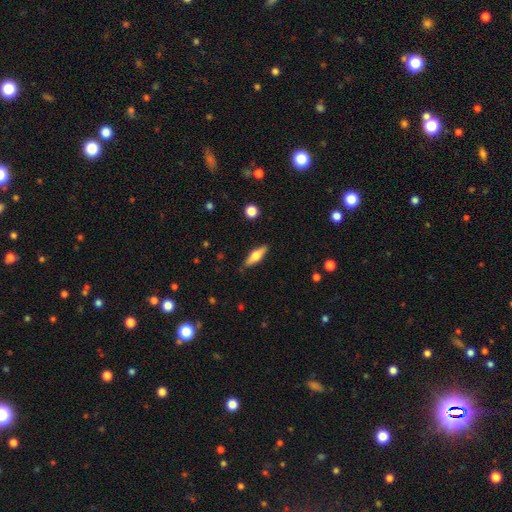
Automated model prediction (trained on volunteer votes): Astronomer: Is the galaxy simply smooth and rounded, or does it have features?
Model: smooth — 55% (runner-up: featured or disk, 39%).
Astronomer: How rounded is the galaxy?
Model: cigar-shaped — 54% (runner-up: in between, 44%).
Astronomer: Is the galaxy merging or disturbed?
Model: none — 87%.